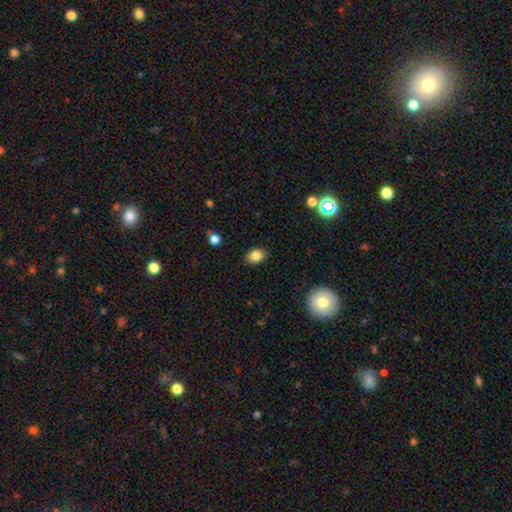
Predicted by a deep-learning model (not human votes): A smooth galaxy with no disk features (82%) that is in between round and cigar-shaped (67%). Merging: none (87%).